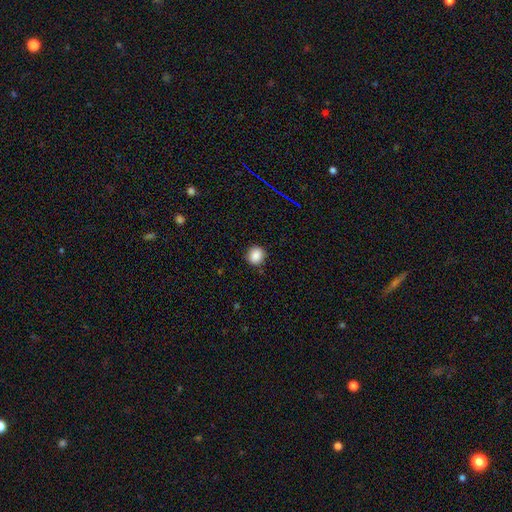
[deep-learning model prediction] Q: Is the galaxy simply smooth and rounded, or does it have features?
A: smooth — 87%.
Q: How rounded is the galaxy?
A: round — 83%.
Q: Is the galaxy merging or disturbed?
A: none — 89%.